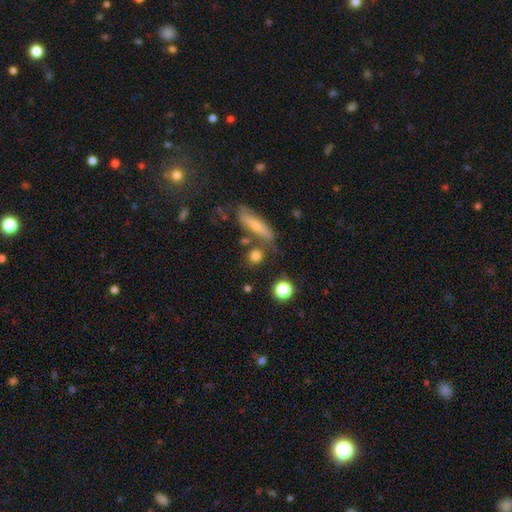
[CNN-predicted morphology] Smooth or featured? smooth (78%)
How rounded? round (75%)
Merging? none (71%)